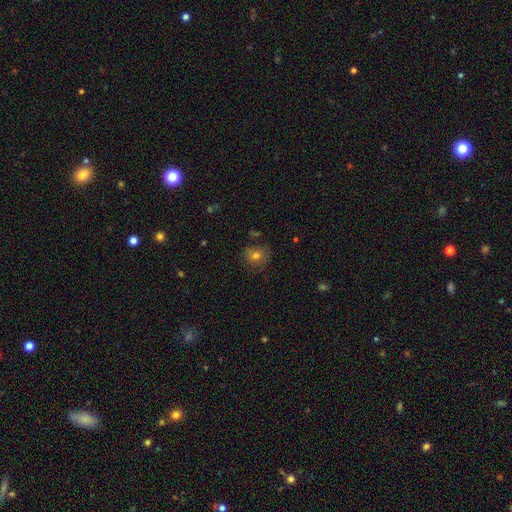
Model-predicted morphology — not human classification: This appears to be a smooth galaxy with no disk features (73%) that is round (81%). Merging: none (78%).